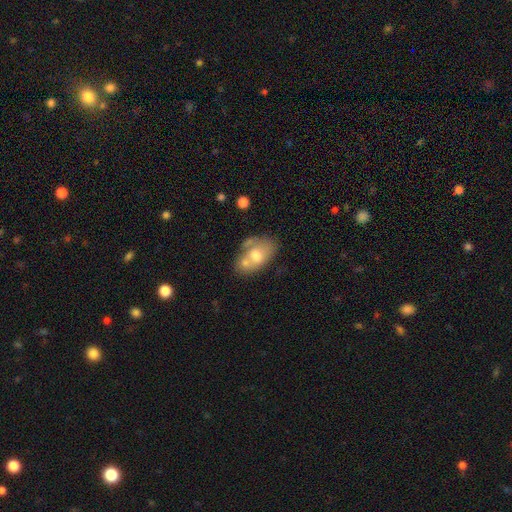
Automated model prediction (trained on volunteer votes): Smooth or featured?
  - smooth: 59% *
  - featured or disk: 33%
  - star or artifact: 7%
How rounded?
  - in between: 85% *
  - round: 13%
  - cigar-shaped: 2%
Merging?
  - merger: 43% *
  - none: 32%
  - minor disturbance: 17%
  - major disturbance: 8%